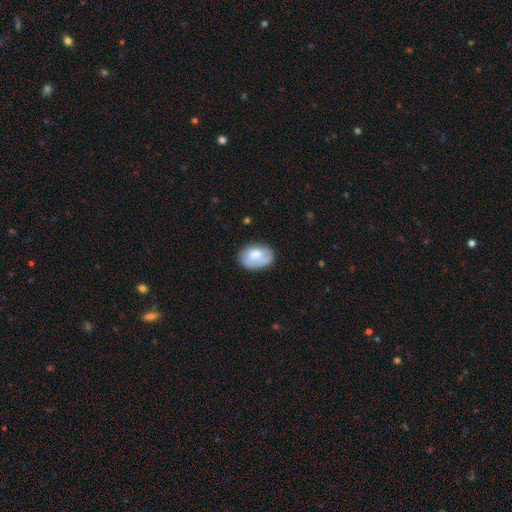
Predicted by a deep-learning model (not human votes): Smooth or featured: smooth — 67% (featured or disk — 26%)
How rounded: in between — 80% (round — 19%)
Merging: none — 60% (minor disturbance — 27%)